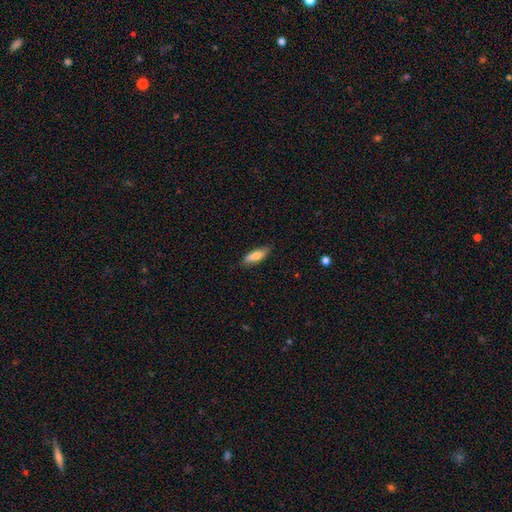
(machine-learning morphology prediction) Smooth or featured? Predicted: smooth (p=0.76). How rounded? Predicted: in between (p=0.56). Merging? Predicted: none (p=0.83).